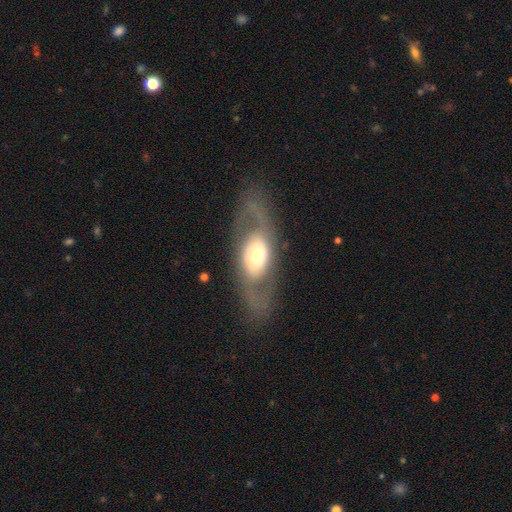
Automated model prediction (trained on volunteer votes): Smooth or featured? featured or disk (68%)
Edge-on disk? no (86%)
Bar? no (77%)
Spiral arms? yes (54%)
Bulge size? moderate (53%)
Merging? none (72%)